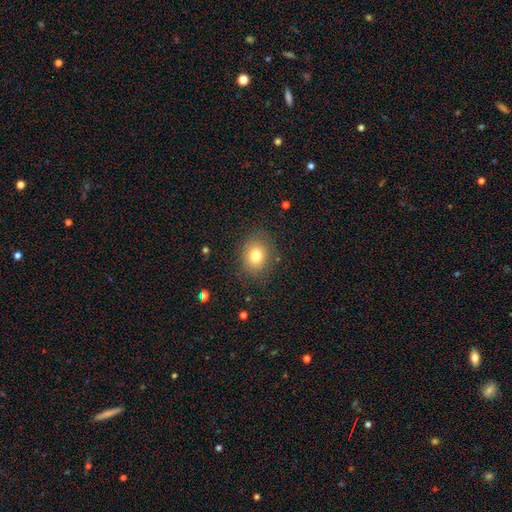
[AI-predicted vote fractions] Q: Smooth or featured?
A: smooth (78%); runner-up: star or artifact (11%)
Q: How rounded?
A: round (58%); runner-up: in between (41%)
Q: Merging?
A: none (83%); runner-up: minor disturbance (11%)